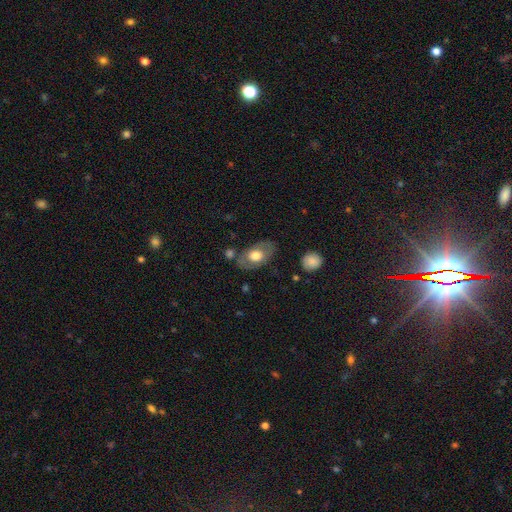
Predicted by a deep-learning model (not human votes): The model was most divided on "smooth or featured": smooth: 58%, featured or disk: 36%, star or artifact: 6%. More confident: how rounded — in between (87%); merging — none (71%).